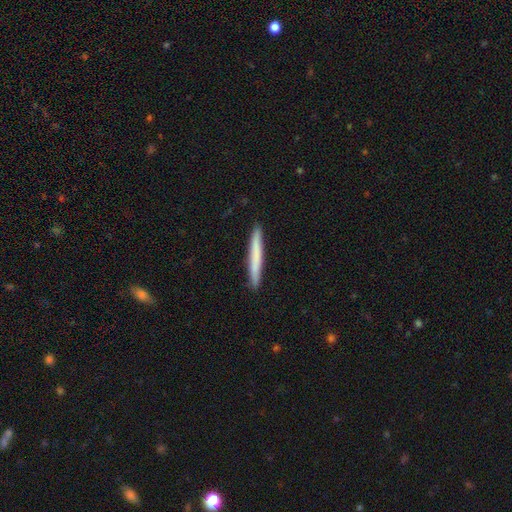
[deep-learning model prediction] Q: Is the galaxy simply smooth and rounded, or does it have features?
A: smooth — 69%.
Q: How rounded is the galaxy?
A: cigar-shaped — 97%.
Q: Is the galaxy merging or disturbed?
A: none — 92%.